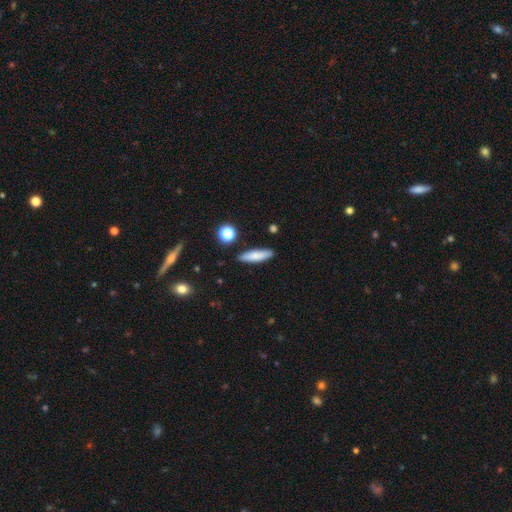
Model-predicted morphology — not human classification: Smooth or featured: smooth — 77% (featured or disk — 15%)
How rounded: cigar-shaped — 67% (in between — 30%)
Merging: none — 87% (minor disturbance — 9%)